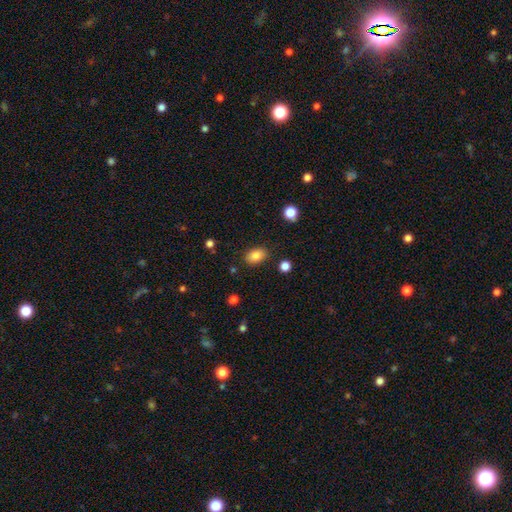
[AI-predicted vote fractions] This appears to be a smooth galaxy with no disk features (84%) that is in between round and cigar-shaped (83%). Merging: none (85%).